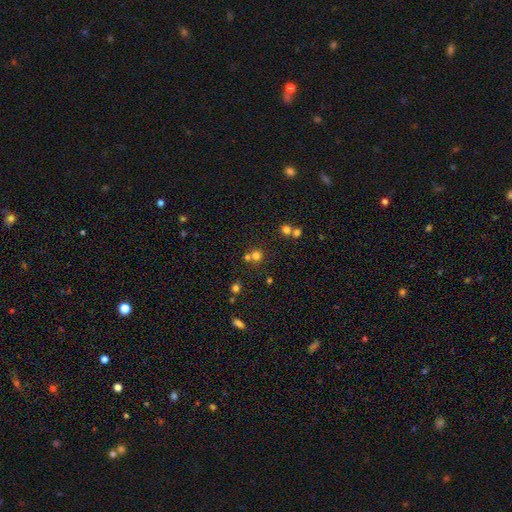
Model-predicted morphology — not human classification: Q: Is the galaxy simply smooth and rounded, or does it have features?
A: smooth — 69%.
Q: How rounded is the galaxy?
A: round — 89%.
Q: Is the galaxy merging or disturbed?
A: none — 60%.